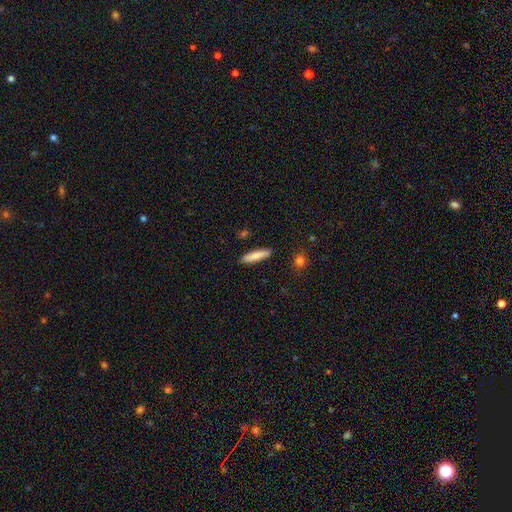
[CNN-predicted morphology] smooth-or-featured: smooth: 80% | featured or disk: 14% | star or artifact: 6%
  how-rounded: cigar-shaped: 82% | in between: 17% | round: 2%
  merging: none: 89% | minor disturbance: 8% | major disturbance: 2% | merger: 2%